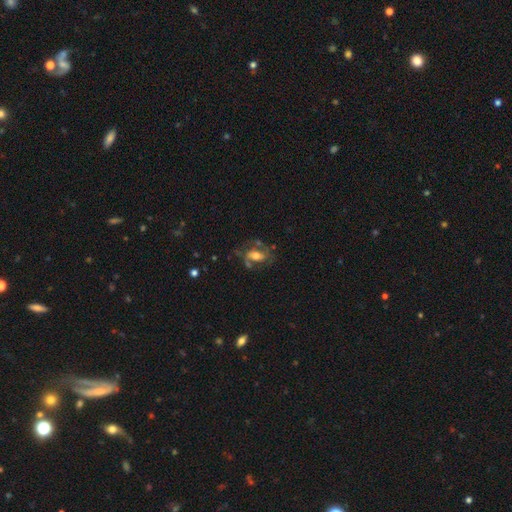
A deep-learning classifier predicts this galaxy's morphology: smooth_or_featured: featured or disk (p=0.60) [alt: smooth p=0.31]
disk_edge_on: no (p=0.94) [alt: yes p=0.06]
bar: no (p=0.45) [alt: weak p=0.35]
has_spiral_arms: yes (p=0.75) [alt: no p=0.25]
bulge_size: moderate (p=0.55) [alt: large p=0.22]
merging: none (p=0.50) [alt: minor disturbance p=0.22]